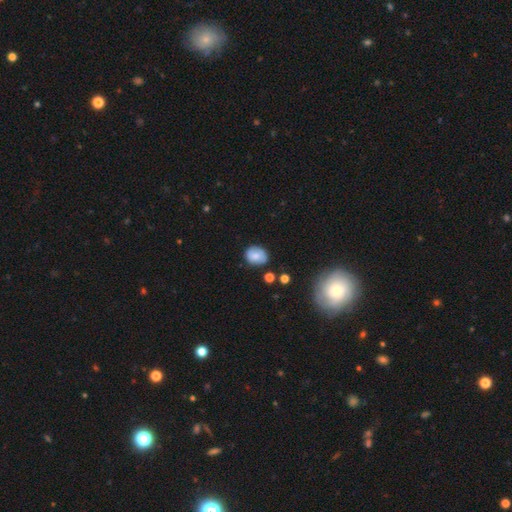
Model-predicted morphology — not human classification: Smooth or featured: smooth — 72% (featured or disk — 19%)
How rounded: in between — 50% (round — 49%)
Merging: none — 71% (minor disturbance — 21%)